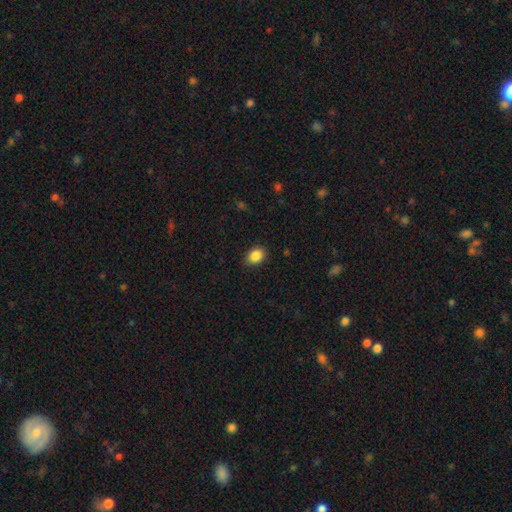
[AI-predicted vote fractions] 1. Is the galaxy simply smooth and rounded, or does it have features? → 87% smooth, 9% star or artifact, 4% featured or disk.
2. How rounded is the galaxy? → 59% in between, 40% round, 1% cigar-shaped.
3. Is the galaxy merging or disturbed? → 86% none, 11% minor disturbance, 3% major disturbance, 1% merger.